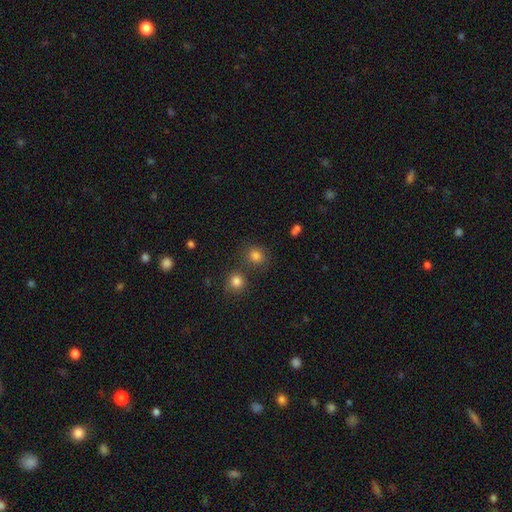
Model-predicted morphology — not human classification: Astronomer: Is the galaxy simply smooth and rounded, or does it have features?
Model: smooth — 81%.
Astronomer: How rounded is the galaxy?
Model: round — 76%.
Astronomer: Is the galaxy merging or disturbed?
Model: none — 69%.